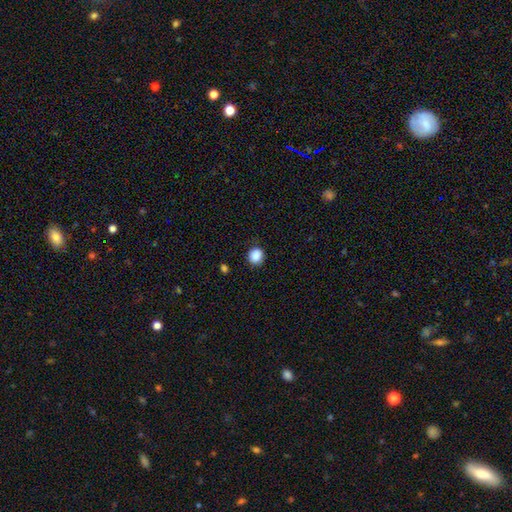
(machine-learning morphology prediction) smooth-or-featured: smooth: 87% | star or artifact: 10% | featured or disk: 3%
  how-rounded: round: 86% | in between: 13% | cigar-shaped: 1%
  merging: none: 84% | minor disturbance: 12% | major disturbance: 3% | merger: 1%